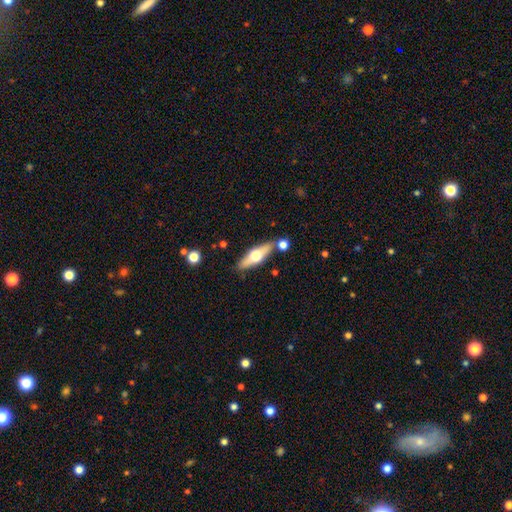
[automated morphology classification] Smooth or featured?
  - featured or disk: 52% *
  - smooth: 42%
  - star or artifact: 6%
Edge-on disk?
  - yes: 88% *
  - no: 12%
Merging?
  - none: 78% *
  - minor disturbance: 11%
  - merger: 8%
  - major disturbance: 3%